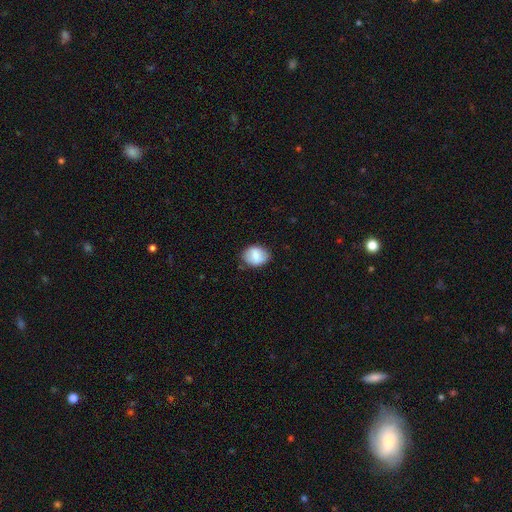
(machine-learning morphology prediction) smooth-or-featured: smooth: 76% | featured or disk: 17% | star or artifact: 8%
  how-rounded: in between: 54% | round: 45% | cigar-shaped: 1%
  merging: none: 79% | minor disturbance: 17% | major disturbance: 3% | merger: 1%